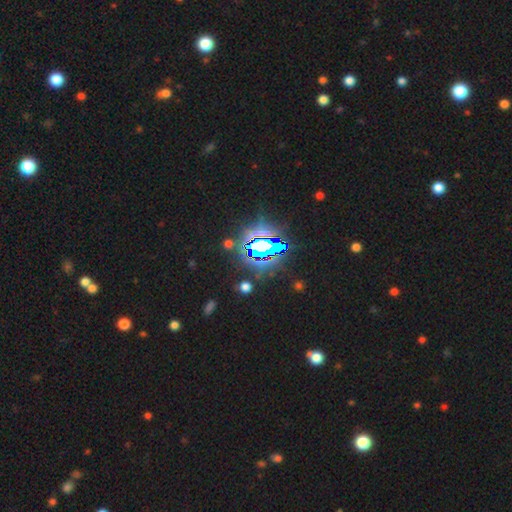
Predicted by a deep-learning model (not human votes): Overall: star or artifact (85%).